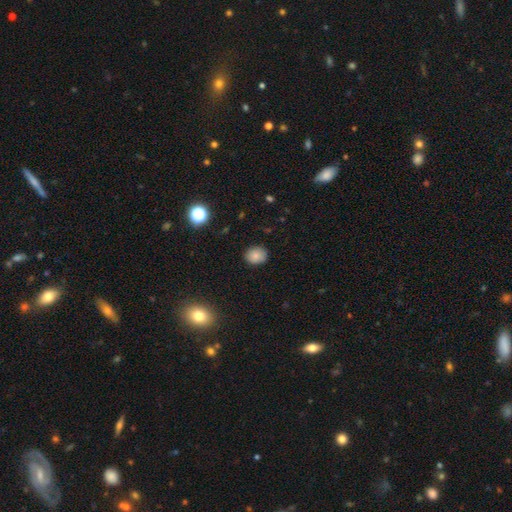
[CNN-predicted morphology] smooth_or_featured: smooth (p=0.83) [alt: star or artifact p=0.11]
how_rounded: round (p=0.66) [alt: in between p=0.33]
merging: none (p=0.85) [alt: minor disturbance p=0.11]